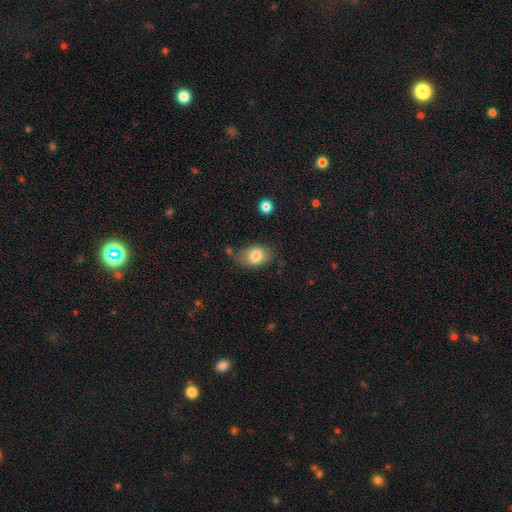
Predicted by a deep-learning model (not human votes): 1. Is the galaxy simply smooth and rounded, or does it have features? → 81% smooth, 11% featured or disk, 8% star or artifact.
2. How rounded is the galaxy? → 81% in between, 18% round, 1% cigar-shaped.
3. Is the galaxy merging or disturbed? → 70% none, 21% minor disturbance, 5% major disturbance, 4% merger.